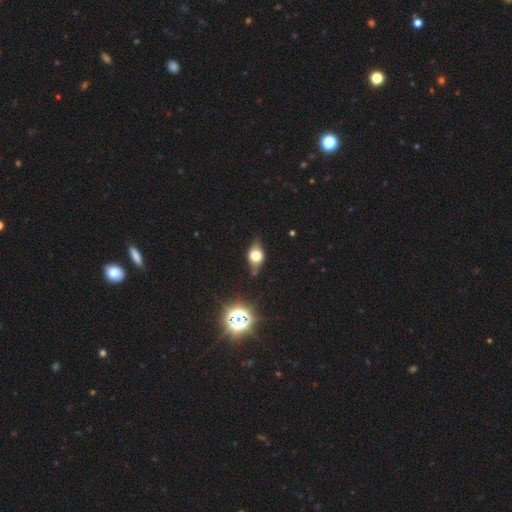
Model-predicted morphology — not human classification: smooth_or_featured: smooth (p=0.45) [alt: featured or disk p=0.40]
merging: none (p=0.68) [alt: minor disturbance p=0.23]